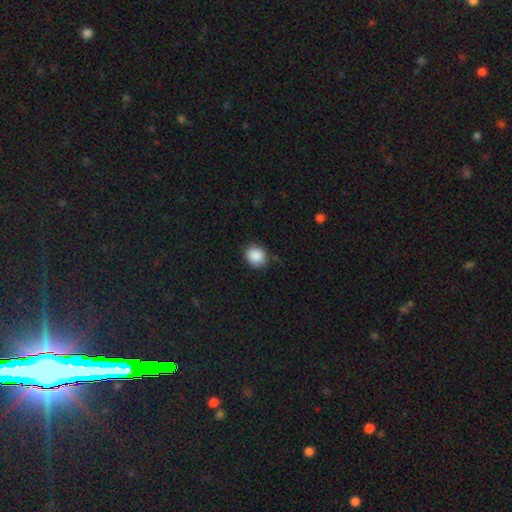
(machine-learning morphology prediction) type=smooth (89%); roundness=round (75%); merging=none (85%).